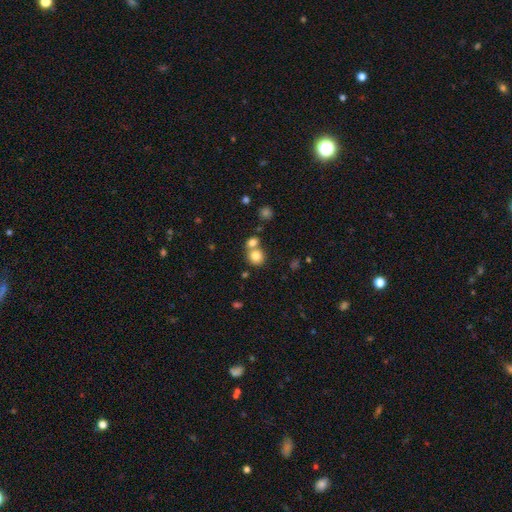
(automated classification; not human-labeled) Morphology: type=smooth (80%); roundness=round (83%); merging=none (53%).